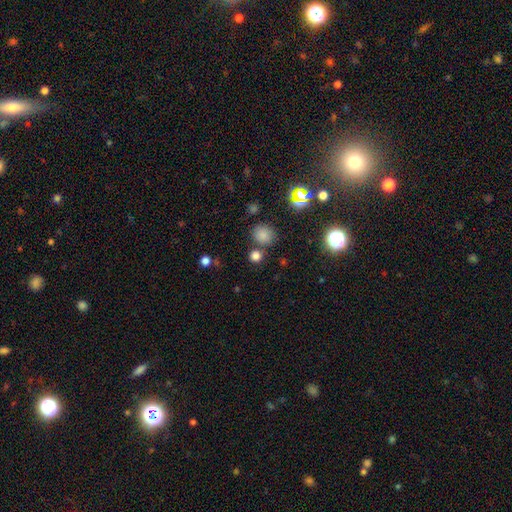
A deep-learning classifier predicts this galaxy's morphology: A smooth galaxy with no disk features (73%) that is round (86%).

Vote fractions:
- Smooth or featured? smooth: 73% / star or artifact: 22% / featured or disk: 5%
- How rounded? round: 86% / in between: 13% / cigar-shaped: 1%
- Merging? none: 72% / merger: 16% / minor disturbance: 8% / major disturbance: 4%